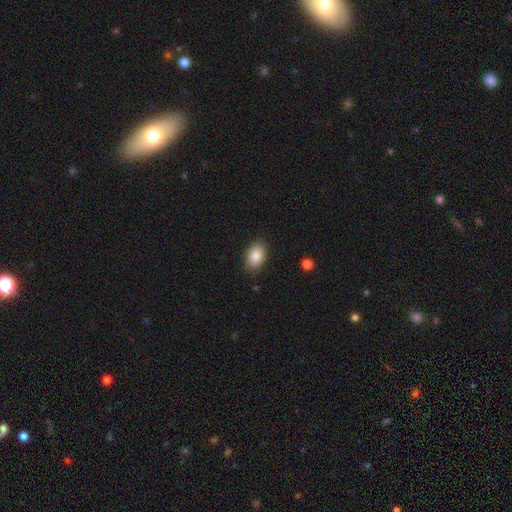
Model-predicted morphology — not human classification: type=smooth (86%); roundness=in between (88%); merging=none (87%).